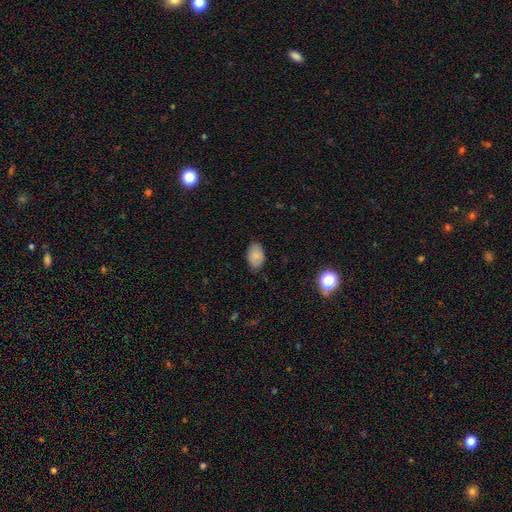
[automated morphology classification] This is clearly a smooth galaxy (81%). How rounded: clearly in between (88%). Merging: clearly none (81%).